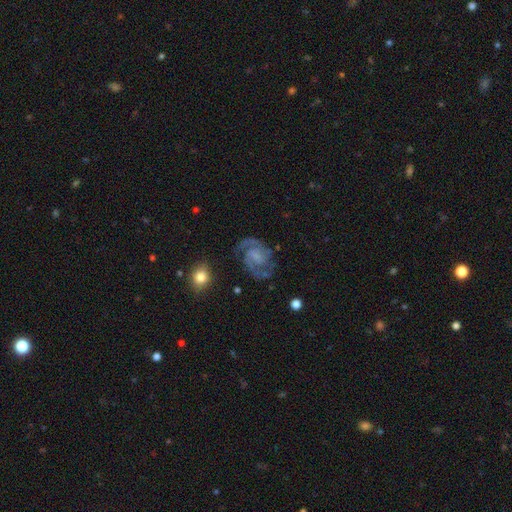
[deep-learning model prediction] Q: Smooth or featured?
A: featured or disk (88%); runner-up: smooth (6%)
Q: Edge-on disk?
A: no (98%); runner-up: yes (2%)
Q: Bar?
A: no (48%); runner-up: weak (42%)
Q: Spiral arms?
A: yes (98%); runner-up: no (2%)
Q: Spiral winding?
A: medium (53%); runner-up: tight (37%)
Q: Spiral arm count?
A: 2 (86%); runner-up: 3 (5%)
Q: Bulge size?
A: none (46%); runner-up: small (31%)
Q: Merging?
A: none (74%); runner-up: minor disturbance (16%)